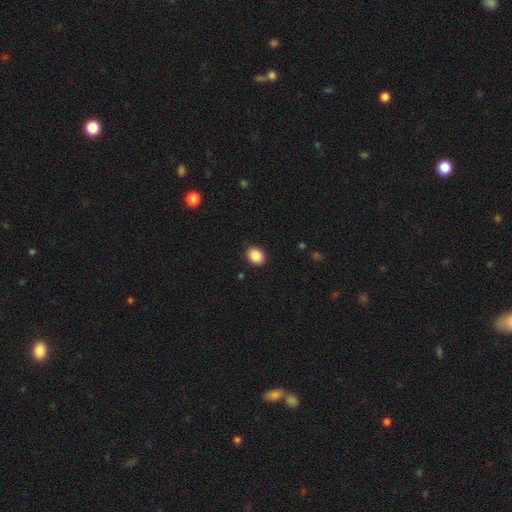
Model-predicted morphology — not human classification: Smooth or featured? smooth (88%)
How rounded? in between (50%)
Merging? none (89%)